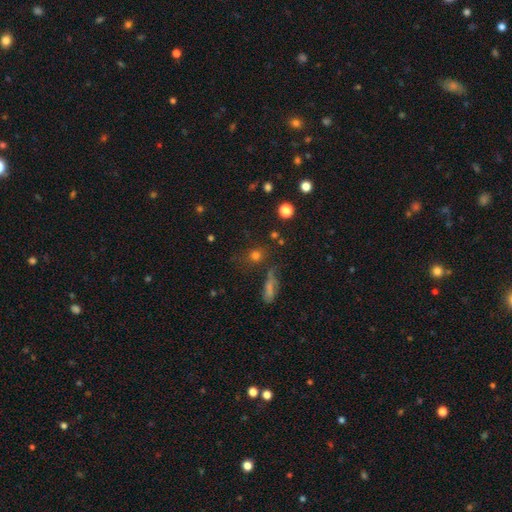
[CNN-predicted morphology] This is likely a smooth galaxy (69%). How rounded: likely round (78%). Merging: likely none (74%).